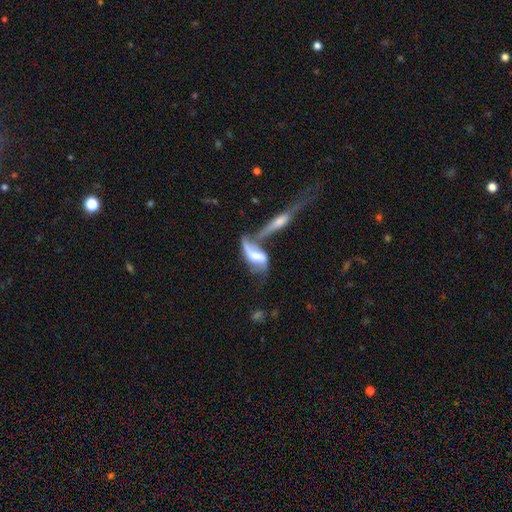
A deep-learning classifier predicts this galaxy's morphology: Smooth or featured? Predicted: featured or disk (p=0.64). Edge-on disk? Predicted: no (p=0.79). Bar? Predicted: weak (p=0.41). Spiral arms? Predicted: yes (p=0.79). Bulge size? Predicted: moderate (p=0.50). Merging? Predicted: merger (p=0.60).